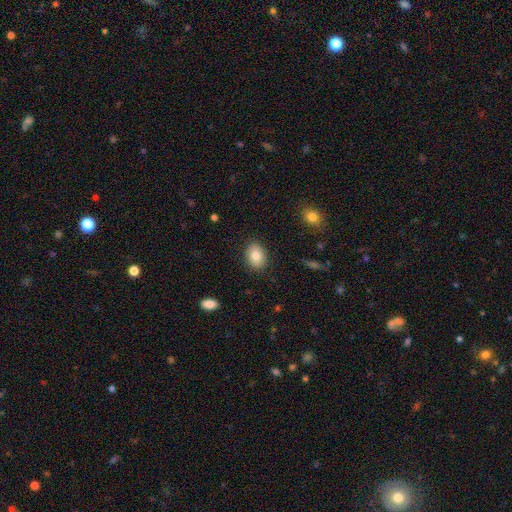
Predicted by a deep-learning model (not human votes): This appears to be a smooth galaxy with no disk features (84%) that is in between round and cigar-shaped (75%). Merging: none (87%).